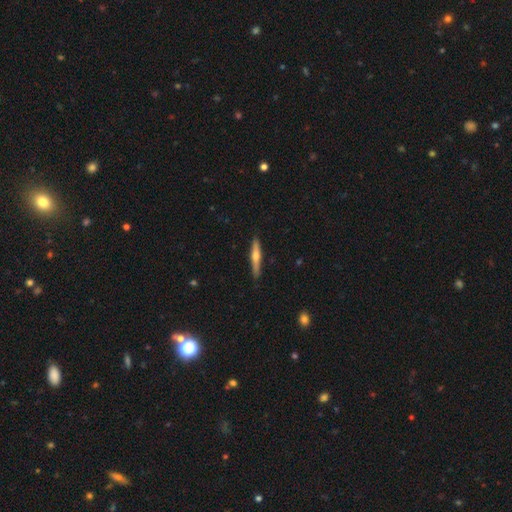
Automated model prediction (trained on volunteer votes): Smooth or featured?
  - featured or disk: 54% *
  - smooth: 41%
  - star or artifact: 5%
Edge-on disk?
  - yes: 96% *
  - no: 4%
Edge-on bulge?
  - rounded: 86% *
  - none: 9%
  - boxy: 5%
Merging?
  - none: 89% *
  - minor disturbance: 8%
  - major disturbance: 2%
  - merger: 1%